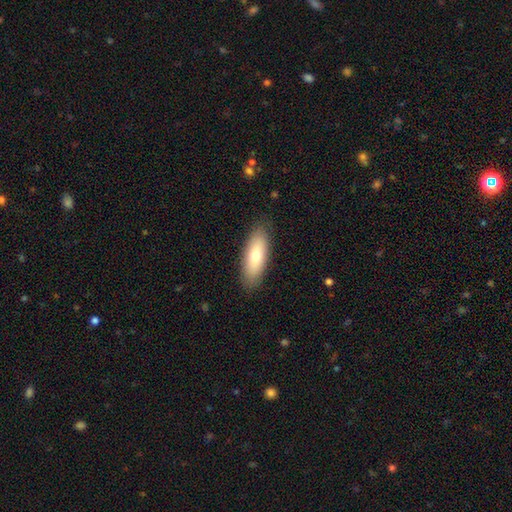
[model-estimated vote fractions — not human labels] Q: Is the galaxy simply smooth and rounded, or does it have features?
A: smooth — 71%.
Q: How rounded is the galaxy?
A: in between — 68%.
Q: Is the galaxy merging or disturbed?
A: none — 88%.